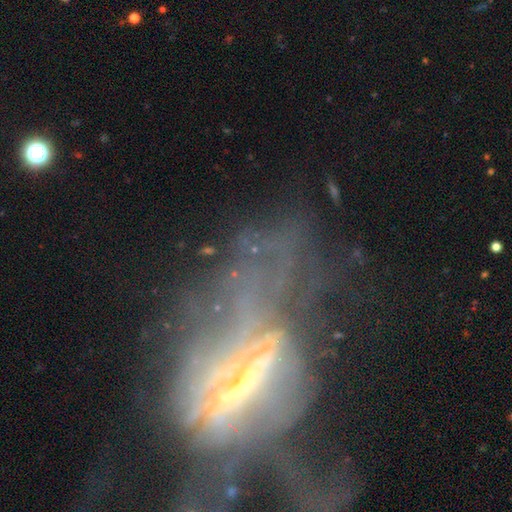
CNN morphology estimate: Smooth or featured? Predicted: featured or disk (p=0.69). Edge-on disk? Predicted: no (p=0.73). Bar? Predicted: strong (p=0.41). Spiral arms? Predicted: no (p=0.68). Bulge size? Predicted: small (p=0.47). Merging? Predicted: major disturbance (p=0.47).